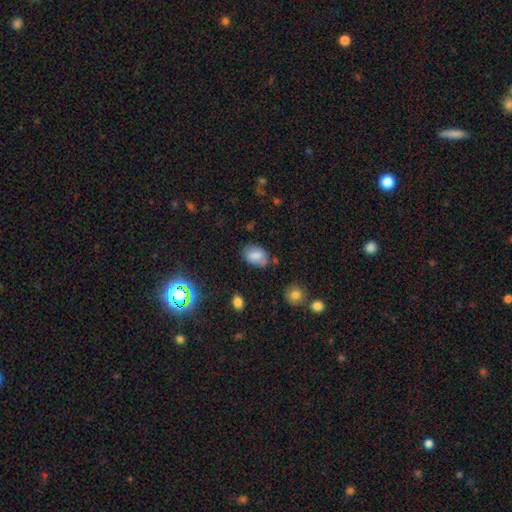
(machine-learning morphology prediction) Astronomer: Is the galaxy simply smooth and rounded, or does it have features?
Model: smooth — 81%.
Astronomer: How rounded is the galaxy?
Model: in between — 82%.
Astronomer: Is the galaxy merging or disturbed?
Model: none — 70%.